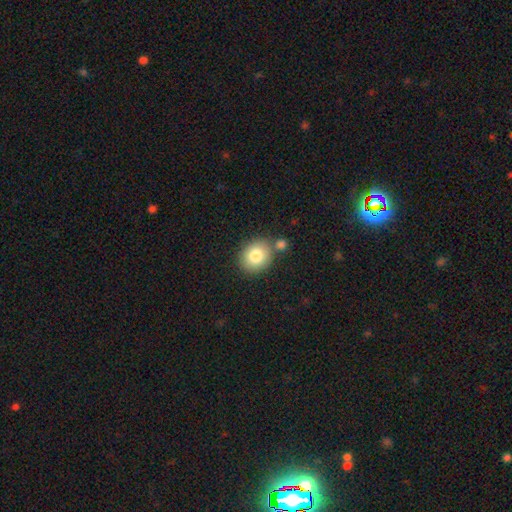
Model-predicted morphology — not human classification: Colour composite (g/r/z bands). It shows a smooth galaxy with no disk features (82%) that is round (65%). Merging: none (69%).